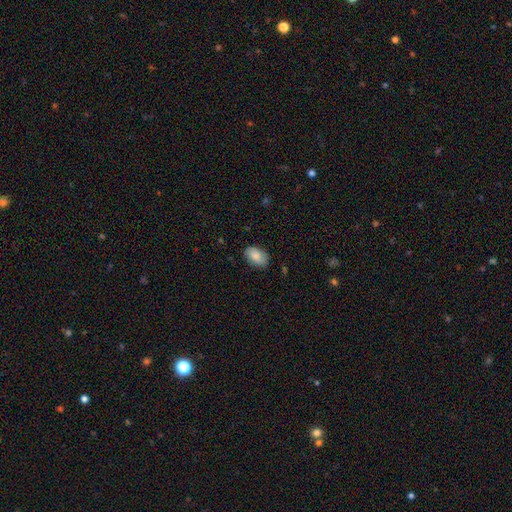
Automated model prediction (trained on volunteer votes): smooth_or_featured: smooth (p=0.79) [alt: featured or disk p=0.15]
how_rounded: in between (p=0.91) [alt: round p=0.07]
merging: none (p=0.81) [alt: minor disturbance p=0.15]